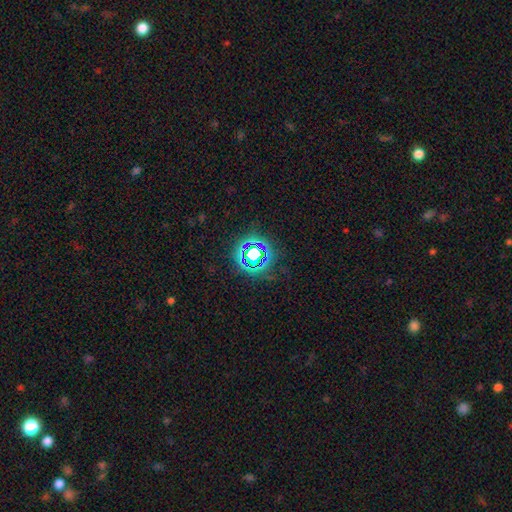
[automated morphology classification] type=star or artifact (77%).